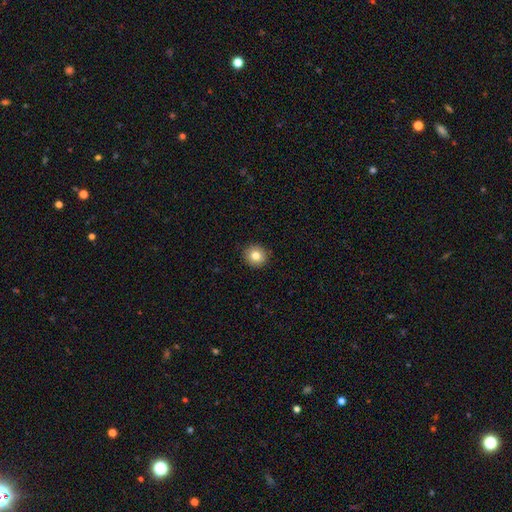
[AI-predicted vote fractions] smooth_or_featured: smooth (p=0.80) [alt: star or artifact p=0.10]
how_rounded: round (p=0.90) [alt: in between p=0.09]
merging: none (p=0.91) [alt: minor disturbance p=0.06]